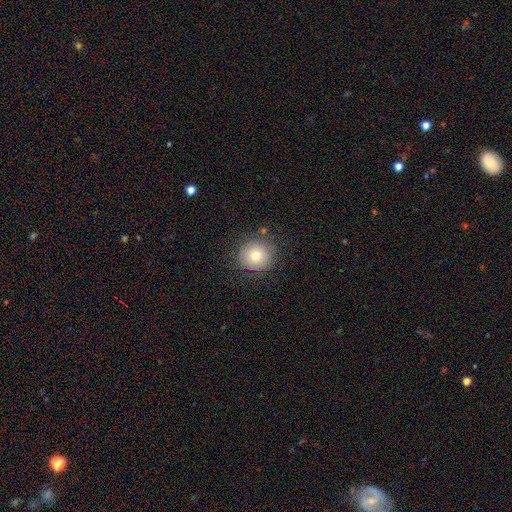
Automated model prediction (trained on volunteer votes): Q: Smooth or featured?
A: smooth (75%); runner-up: featured or disk (14%)
Q: How rounded?
A: round (92%); runner-up: in between (7%)
Q: Merging?
A: none (82%); runner-up: minor disturbance (12%)